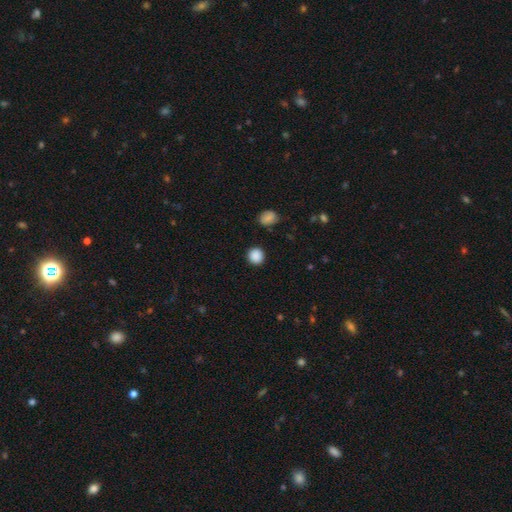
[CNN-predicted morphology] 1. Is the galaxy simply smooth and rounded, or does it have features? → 88% smooth, 9% star or artifact, 3% featured or disk.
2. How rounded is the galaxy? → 90% round, 9% in between, 1% cigar-shaped.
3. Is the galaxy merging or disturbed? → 89% none, 6% minor disturbance, 2% major disturbance, 2% merger.